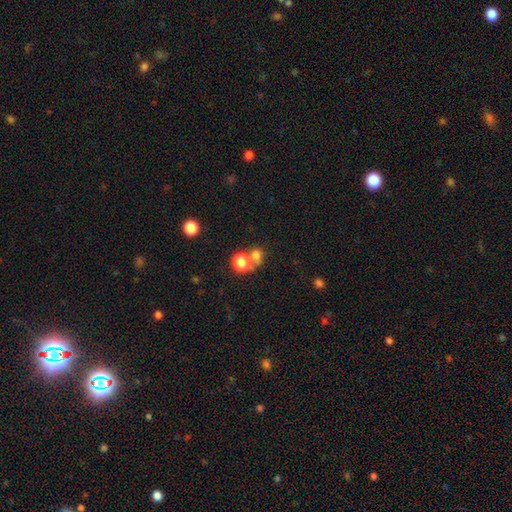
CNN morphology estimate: smooth 74%, star or artifact 17%, featured or disk 9%. Down the decision tree: how rounded — round (76%); merging — none (49%).